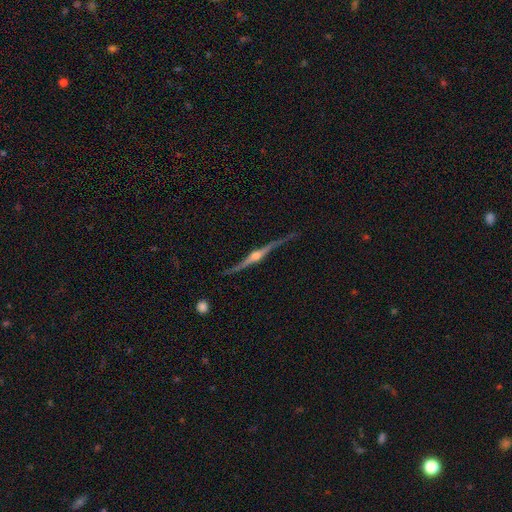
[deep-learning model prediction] This appears to be a featured or disk galaxy (88%) viewed edge-on (98%) with a rounded central bulge (94%). Merging: none (81%).